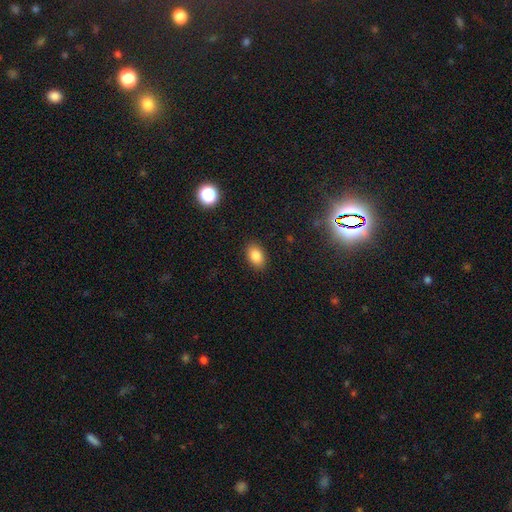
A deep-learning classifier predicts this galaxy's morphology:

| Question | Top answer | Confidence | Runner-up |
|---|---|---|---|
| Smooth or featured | smooth | 85% | star or artifact (9%) |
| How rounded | in between | 86% | round (13%) |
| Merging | none | 88% | minor disturbance (9%) |